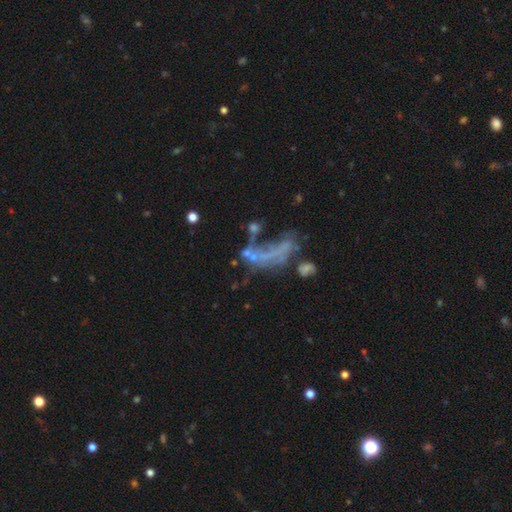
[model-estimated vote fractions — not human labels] A featured or disk galaxy (49%). Merging: major disturbance (39%).